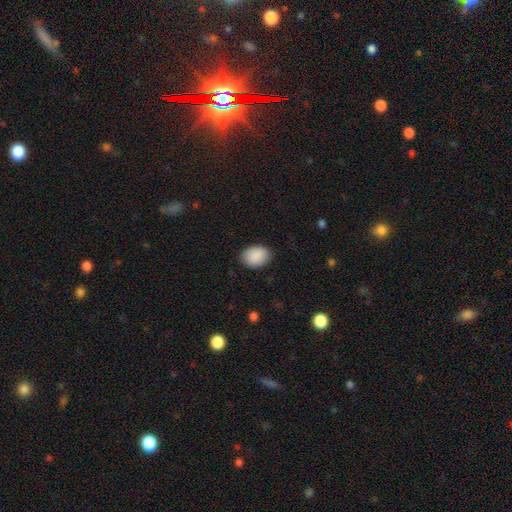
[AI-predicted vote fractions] Smooth or featured: smooth — 91% (star or artifact — 6%)
How rounded: in between — 76% (round — 23%)
Merging: none — 87% (minor disturbance — 10%)